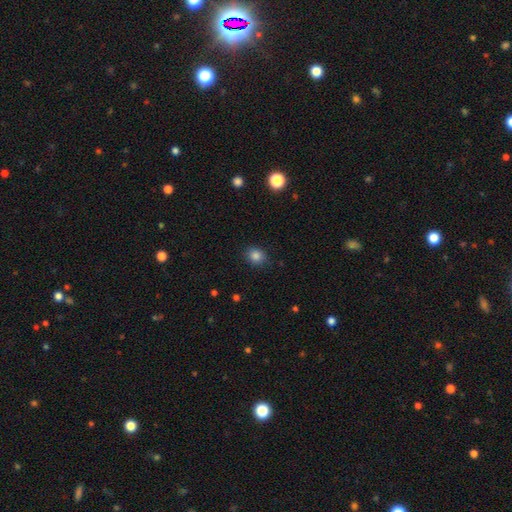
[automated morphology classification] Smooth or featured? smooth (84%)
How rounded? round (73%)
Merging? none (86%)